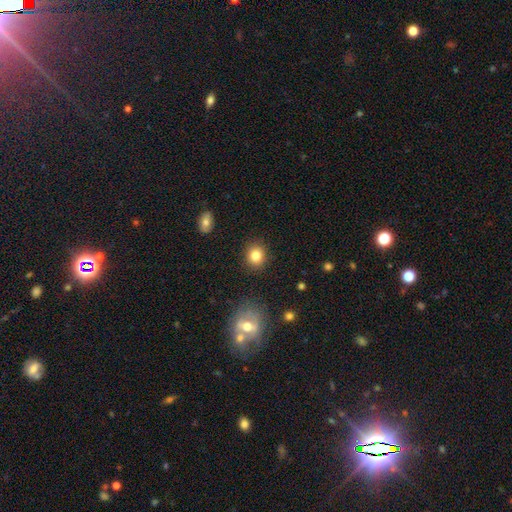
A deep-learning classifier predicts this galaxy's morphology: A smooth galaxy with no disk features (83%) that is round (74%).

Vote fractions:
- Smooth or featured? smooth: 83% / star or artifact: 10% / featured or disk: 7%
- How rounded? round: 74% / in between: 25% / cigar-shaped: 1%
- Merging? none: 89% / minor disturbance: 7% / major disturbance: 3% / merger: 2%